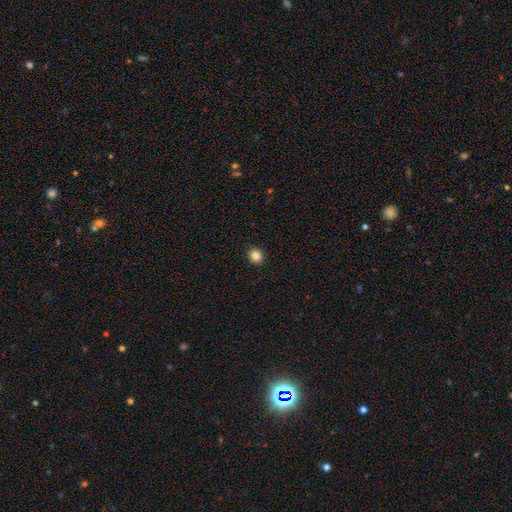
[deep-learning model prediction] smooth 84%, star or artifact 11%, featured or disk 5%. Down the decision tree: how rounded — round (84%); merging — none (92%).